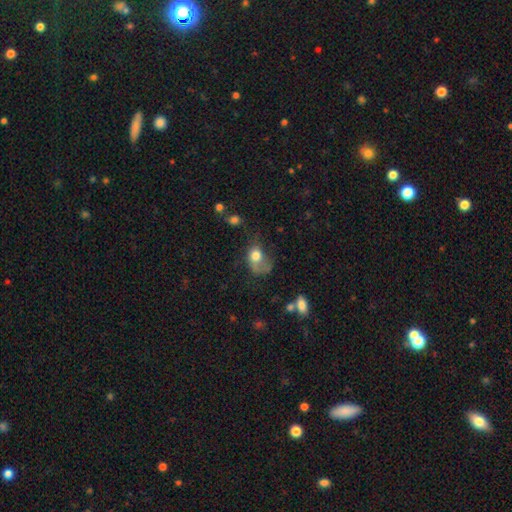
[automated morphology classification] Smooth or featured?
  - smooth: 68% *
  - featured or disk: 22%
  - star or artifact: 10%
How rounded?
  - in between: 59% *
  - round: 40%
  - cigar-shaped: 1%
Merging?
  - major disturbance: 46% *
  - none: 24%
  - minor disturbance: 24%
  - merger: 6%